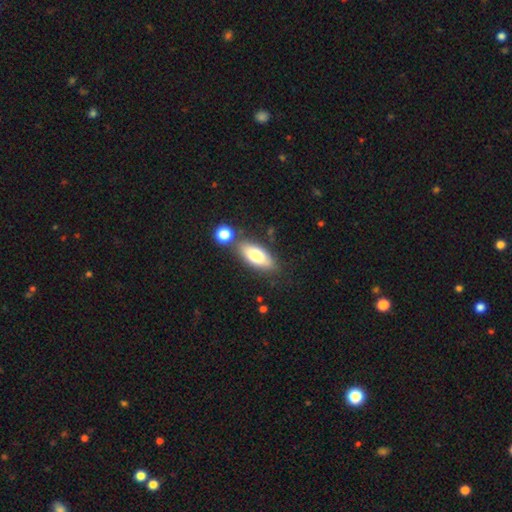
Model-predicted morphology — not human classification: Smooth or featured? smooth (74%)
How rounded? in between (79%)
Merging? none (71%)